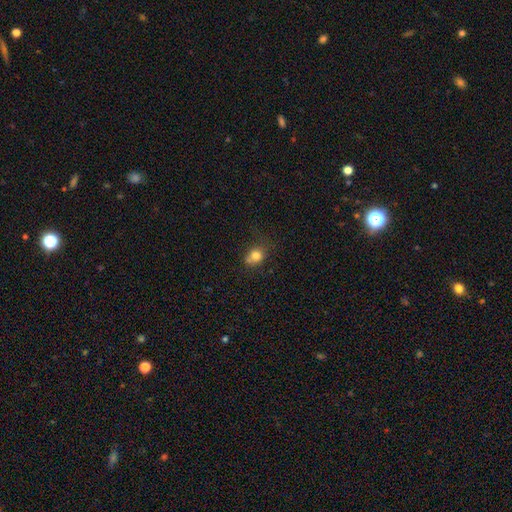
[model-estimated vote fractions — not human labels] Smooth or featured? Predicted: smooth (p=0.78). How rounded? Predicted: round (p=0.60). Merging? Predicted: none (p=0.50).